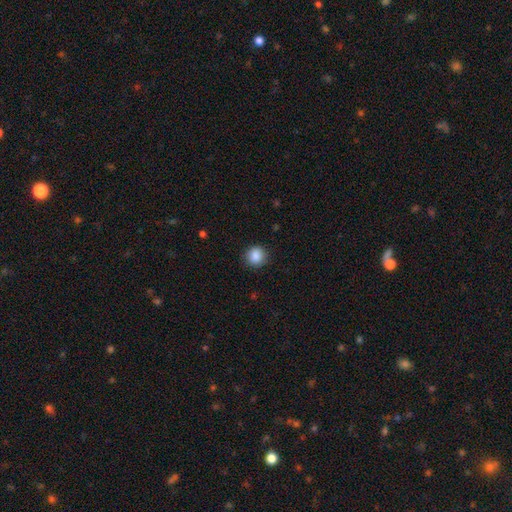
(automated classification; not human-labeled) Smooth or featured?
  - smooth: 88% *
  - star or artifact: 9%
  - featured or disk: 3%
How rounded?
  - round: 89% *
  - in between: 10%
  - cigar-shaped: 1%
Merging?
  - none: 88% *
  - minor disturbance: 9%
  - major disturbance: 2%
  - merger: 1%